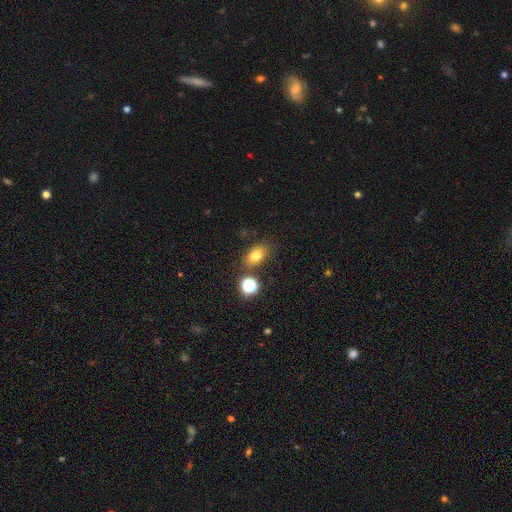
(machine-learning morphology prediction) Smooth or featured?
  - smooth: 75% *
  - star or artifact: 14%
  - featured or disk: 10%
How rounded?
  - in between: 78% *
  - round: 20%
  - cigar-shaped: 2%
Merging?
  - none: 78% *
  - minor disturbance: 11%
  - merger: 7%
  - major disturbance: 3%